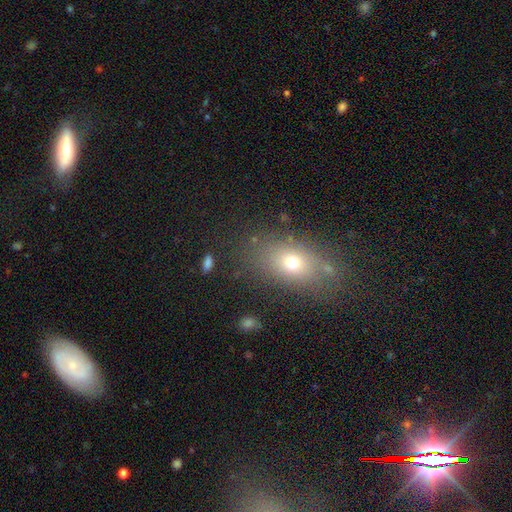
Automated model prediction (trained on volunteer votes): A smooth galaxy with no disk features (62%) that is in between round and cigar-shaped (71%).

Vote fractions:
- Smooth or featured? smooth: 62% / star or artifact: 21% / featured or disk: 17%
- How rounded? in between: 71% / round: 24% / cigar-shaped: 5%
- Merging? none: 77% / minor disturbance: 13% / major disturbance: 5% / merger: 5%